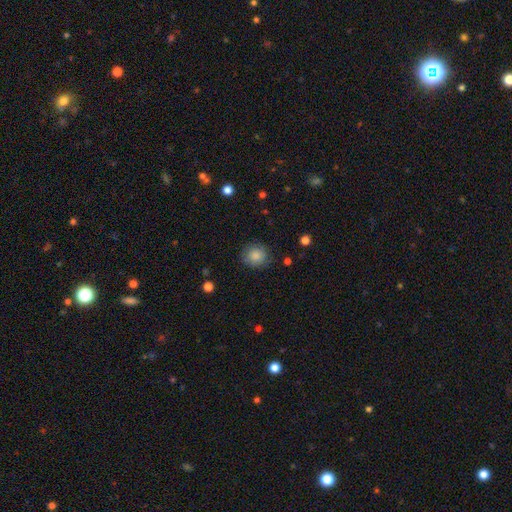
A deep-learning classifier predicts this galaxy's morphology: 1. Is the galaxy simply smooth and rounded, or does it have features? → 86% smooth, 9% star or artifact, 5% featured or disk.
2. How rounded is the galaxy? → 87% round, 12% in between, 1% cigar-shaped.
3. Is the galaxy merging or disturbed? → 85% none, 11% minor disturbance, 3% major disturbance, 1% merger.